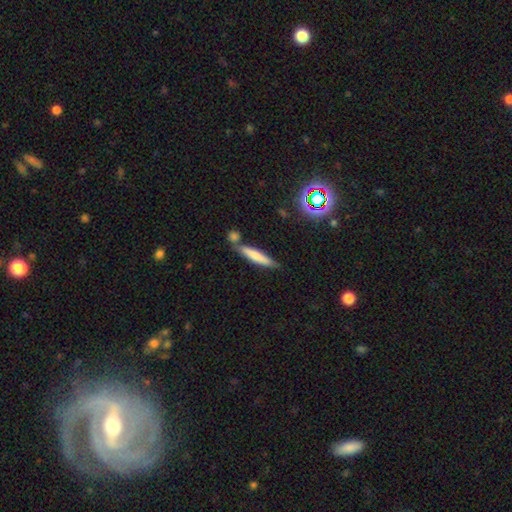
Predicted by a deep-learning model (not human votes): Smooth or featured? Predicted: smooth (p=0.68). How rounded? Predicted: cigar-shaped (p=0.87). Merging? Predicted: none (p=0.65).